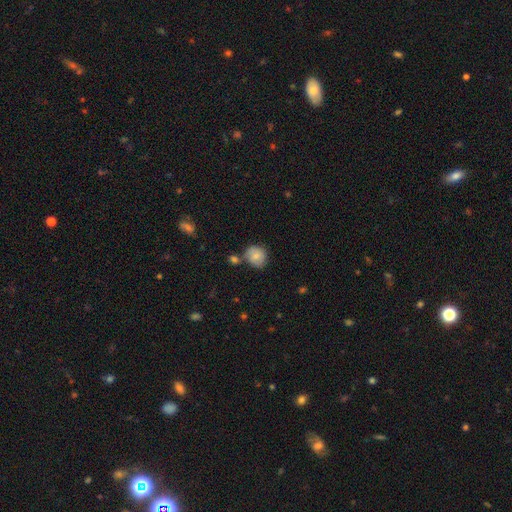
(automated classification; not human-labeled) smooth-or-featured: smooth: 77% | featured or disk: 14% | star or artifact: 9%
  how-rounded: round: 82% | in between: 17% | cigar-shaped: 1%
  merging: none: 61% | minor disturbance: 18% | merger: 16% | major disturbance: 4%